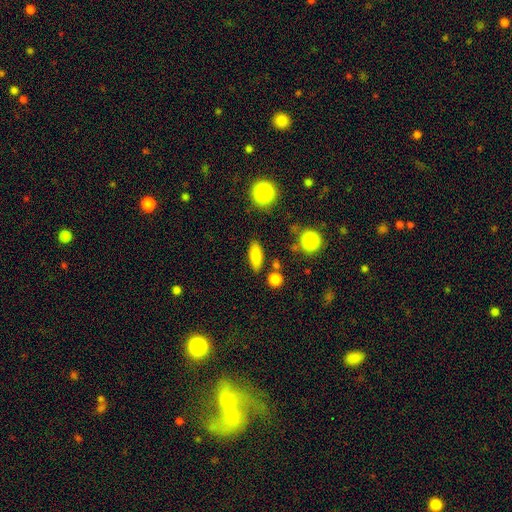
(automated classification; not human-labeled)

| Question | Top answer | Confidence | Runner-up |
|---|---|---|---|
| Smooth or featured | smooth | 82% | star or artifact (10%) |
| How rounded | in between | 70% | cigar-shaped (24%) |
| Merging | none | 82% | minor disturbance (10%) |